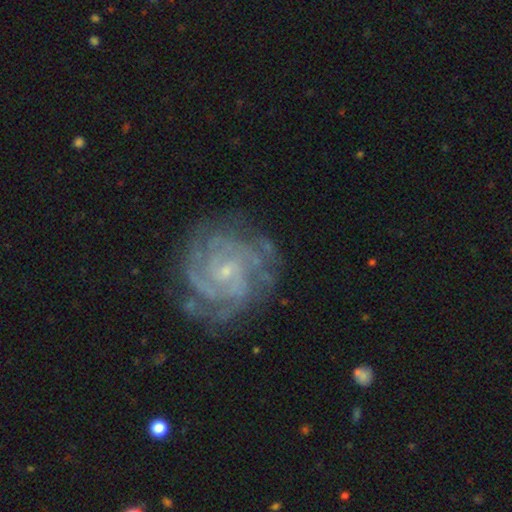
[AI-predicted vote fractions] A featured or disk galaxy (88%) with no bar (54%), 3 (24%) tight (69%) spiral arms (97%) and a small central bulge (77%).

Vote fractions:
- Smooth or featured? featured or disk: 88% / star or artifact: 6% / smooth: 6%
- Edge-on disk? no: 98% / yes: 2%
- Bar? no: 54% / weak: 38% / strong: 8%
- Spiral arms? yes: 97% / no: 3%
- Spiral winding? tight: 69% / medium: 27% / loose: 4%
- Spiral arm count? 3: 24% / can't tell: 23% / 4: 20% / 2: 20% / more than 4: 7% / 1: 6%
- Bulge size? small: 77% / moderate: 15% / none: 6% / large: 1% / dominant: 1%
- Merging? none: 74% / minor disturbance: 17% / major disturbance: 8% / merger: 2%